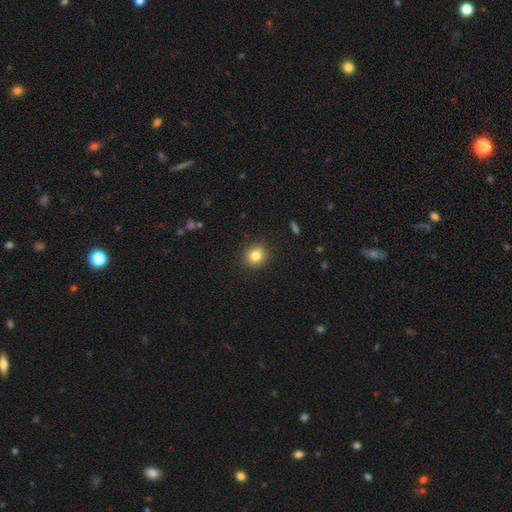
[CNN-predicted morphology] Smooth or featured?
  - smooth: 81% *
  - star or artifact: 11%
  - featured or disk: 7%
How rounded?
  - round: 87% *
  - in between: 12%
  - cigar-shaped: 1%
Merging?
  - none: 89% *
  - minor disturbance: 8%
  - major disturbance: 2%
  - merger: 1%